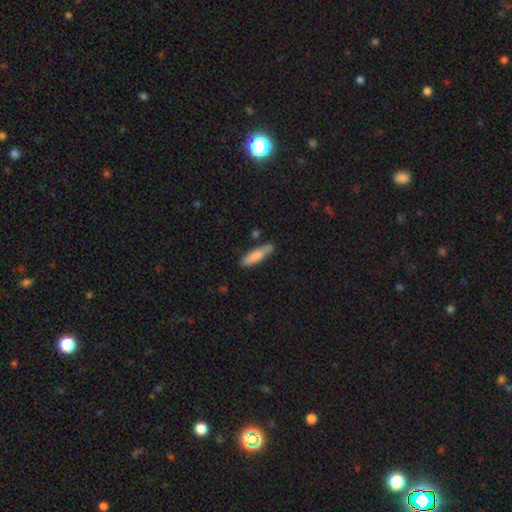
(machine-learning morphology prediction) type=smooth (80%); roundness=cigar-shaped (74%); merging=none (70%).